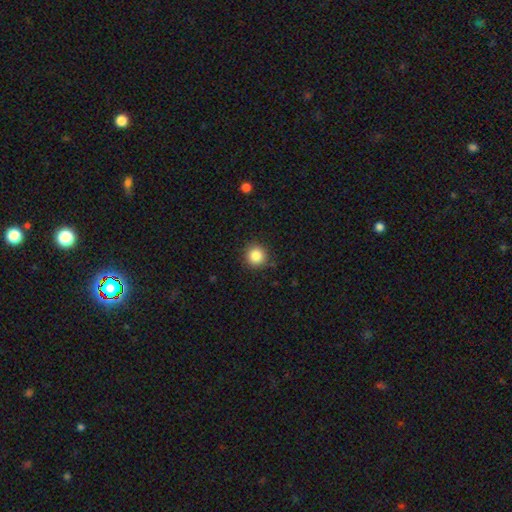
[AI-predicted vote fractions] Q: Smooth or featured?
A: smooth (85%); runner-up: star or artifact (10%)
Q: How rounded?
A: round (94%); runner-up: in between (5%)
Q: Merging?
A: none (89%); runner-up: minor disturbance (8%)